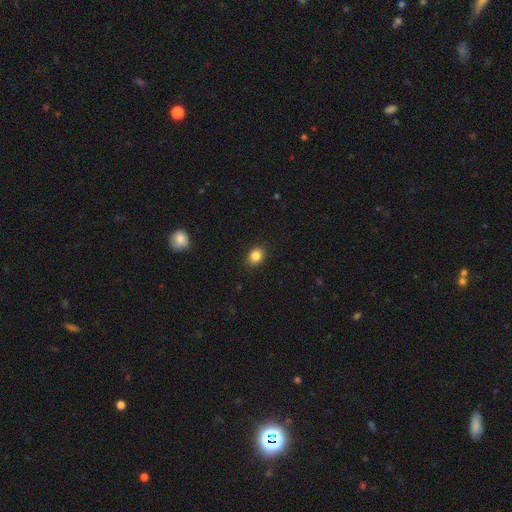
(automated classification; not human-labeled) smooth-or-featured: smooth: 85% | star or artifact: 10% | featured or disk: 5%
  how-rounded: in between: 50% | round: 49% | cigar-shaped: 1%
  merging: none: 89% | minor disturbance: 8% | major disturbance: 2% | merger: 1%